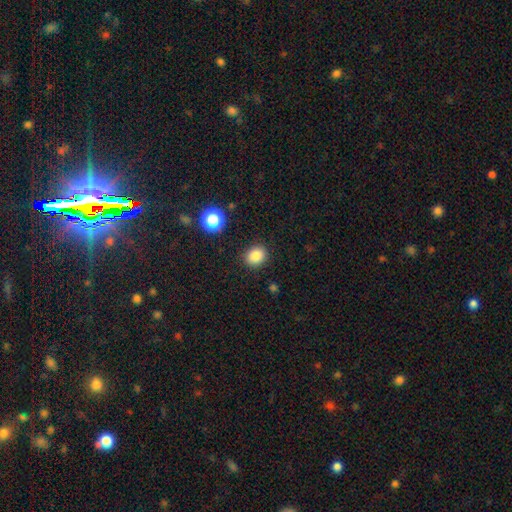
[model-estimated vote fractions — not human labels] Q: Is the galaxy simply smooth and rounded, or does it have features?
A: smooth — 84%.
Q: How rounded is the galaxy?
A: round — 60%.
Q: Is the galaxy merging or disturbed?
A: none — 88%.